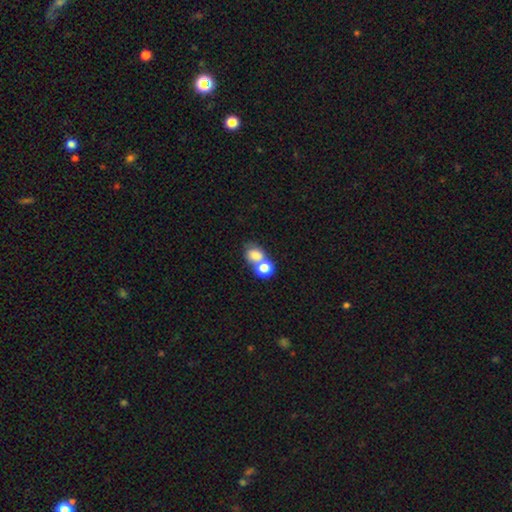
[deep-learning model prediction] Smooth or featured?
  - smooth: 78% *
  - featured or disk: 11%
  - star or artifact: 11%
How rounded?
  - round: 58% *
  - in between: 41%
  - cigar-shaped: 1%
Merging?
  - merger: 56% *
  - none: 32%
  - minor disturbance: 7%
  - major disturbance: 4%